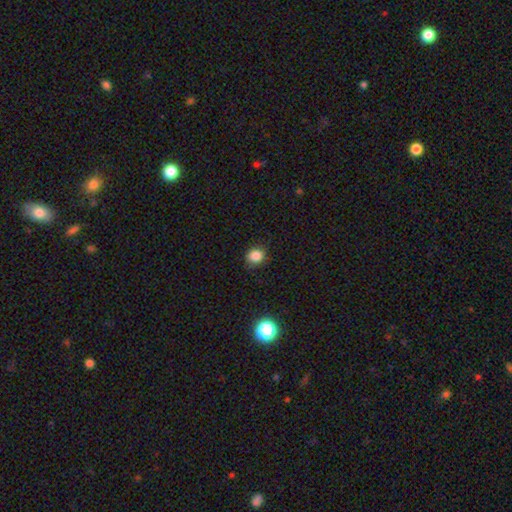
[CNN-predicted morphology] Q: Smooth or featured?
A: smooth (84%); runner-up: star or artifact (12%)
Q: How rounded?
A: round (76%); runner-up: in between (23%)
Q: Merging?
A: none (84%); runner-up: minor disturbance (12%)